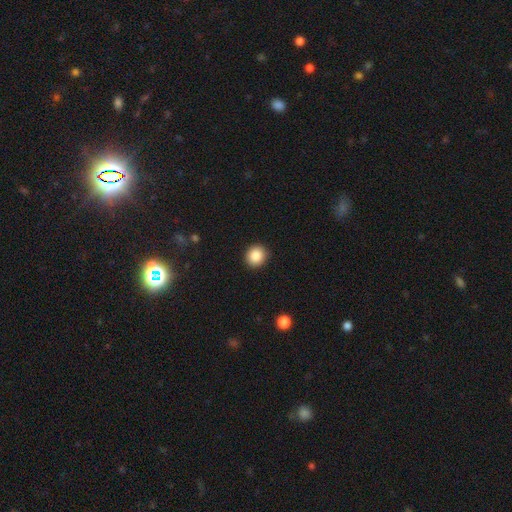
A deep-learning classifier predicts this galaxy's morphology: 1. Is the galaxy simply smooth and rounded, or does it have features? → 87% smooth, 9% star or artifact, 4% featured or disk.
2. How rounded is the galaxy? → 90% round, 9% in between, 1% cigar-shaped.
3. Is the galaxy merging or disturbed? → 92% none, 5% minor disturbance, 2% major disturbance, 1% merger.